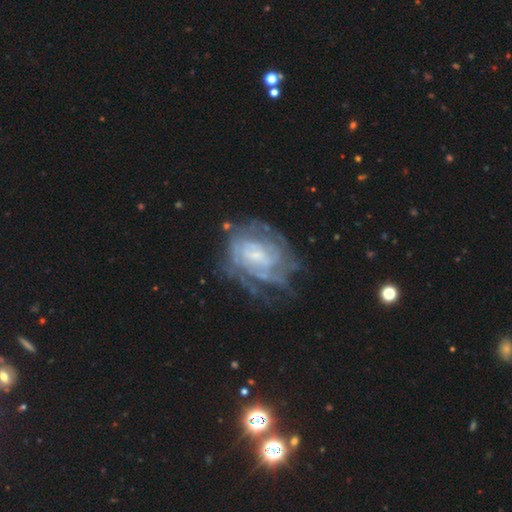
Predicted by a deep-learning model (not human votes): Smooth or featured?
  - featured or disk: 80% *
  - smooth: 12%
  - star or artifact: 8%
Edge-on disk?
  - no: 97% *
  - yes: 3%
Bar?
  - no: 47% *
  - weak: 42%
  - strong: 11%
Spiral arms?
  - yes: 80% *
  - no: 20%
Spiral winding?
  - tight: 60% *
  - medium: 30%
  - loose: 10%
Spiral arm count?
  - can't tell: 57% *
  - 2: 13%
  - 3: 10%
  - 4: 9%
  - more than 4: 5%
  - 1: 5%
Bulge size?
  - small: 58% *
  - moderate: 24%
  - none: 14%
  - large: 4%
  - dominant: 1%
Merging?
  - none: 54% *
  - minor disturbance: 22%
  - major disturbance: 21%
  - merger: 3%